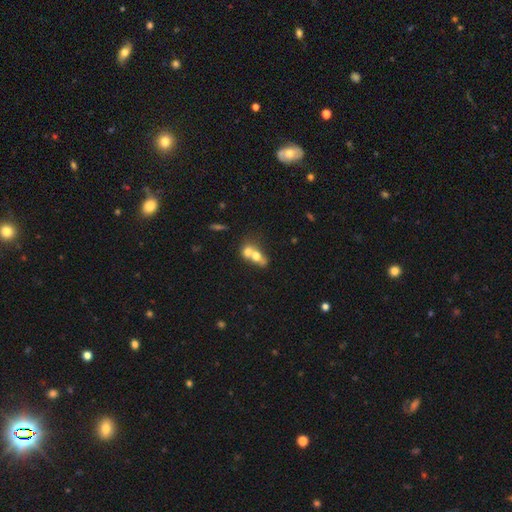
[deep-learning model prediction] Smooth or featured: smooth — 63% (featured or disk — 28%)
How rounded: in between — 54% (round — 42%)
Merging: merger — 73% (none — 16%)